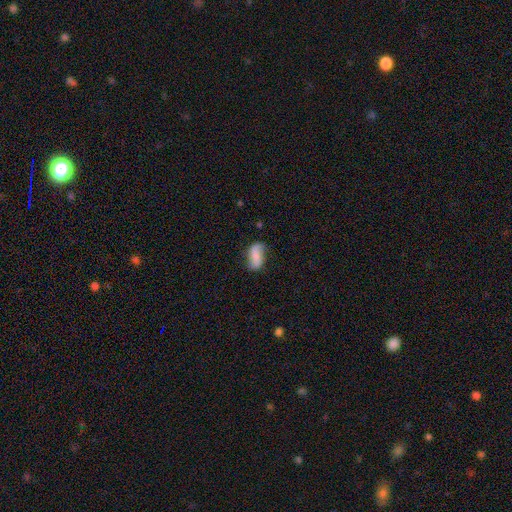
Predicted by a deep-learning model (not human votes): Smooth or featured: smooth — 53% (featured or disk — 38%)
How rounded: in between — 88% (cigar-shaped — 7%)
Merging: none — 67% (minor disturbance — 23%)